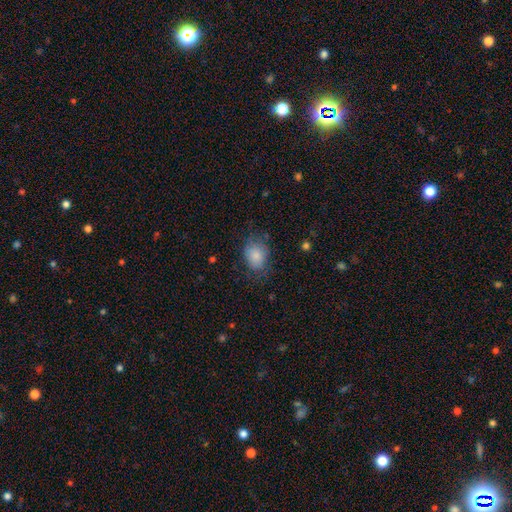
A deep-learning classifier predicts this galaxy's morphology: type=smooth (83%); roundness=in between (64%); merging=none (61%).